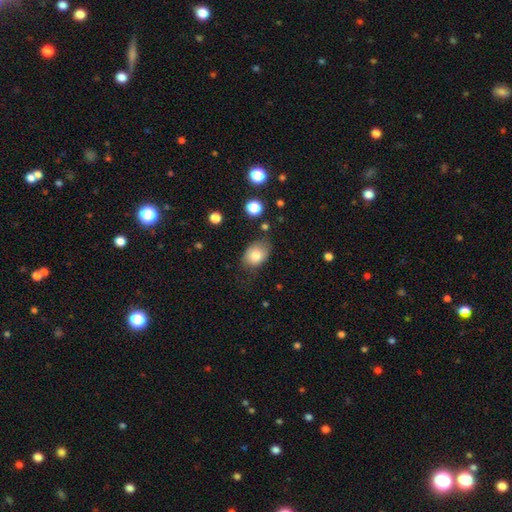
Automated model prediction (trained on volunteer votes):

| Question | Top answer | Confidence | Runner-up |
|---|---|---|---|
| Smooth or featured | smooth | 80% | featured or disk (11%) |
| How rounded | in between | 76% | round (23%) |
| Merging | none | 65% | minor disturbance (26%) |